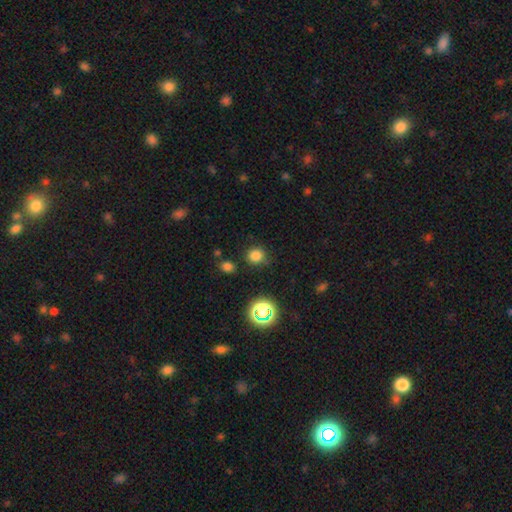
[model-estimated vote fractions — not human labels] Smooth or featured? smooth (77%)
How rounded? round (87%)
Merging? none (81%)